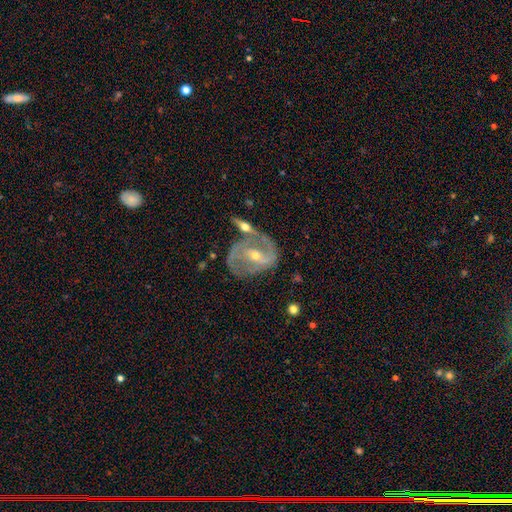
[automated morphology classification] Smooth or featured: featured or disk — 85% (smooth — 9%)
Edge-on disk: no — 96% (yes — 4%)
Bar: weak — 41% (strong — 34%)
Spiral arms: yes — 92% (no — 8%)
Spiral winding: medium — 48% (tight — 33%)
Spiral arm count: 2 — 77% (can't tell — 9%)
Bulge size: small — 55% (moderate — 42%)
Merging: none — 50% (minor disturbance — 20%)